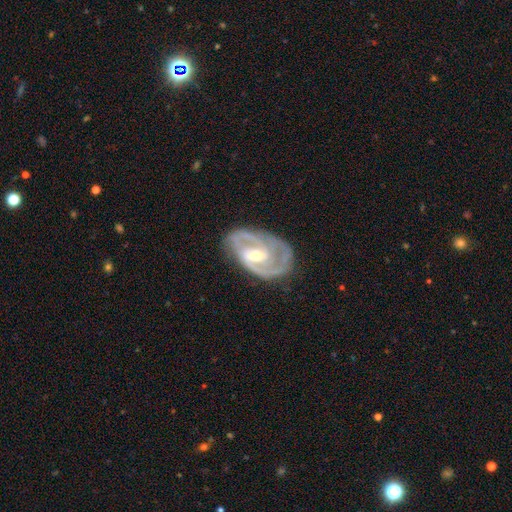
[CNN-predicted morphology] Smooth or featured? Predicted: featured or disk (p=0.90). Edge-on disk? Predicted: no (p=0.97). Bar? Predicted: weak (p=0.47). Spiral arms? Predicted: yes (p=0.97). Spiral winding? Predicted: medium (p=0.46). Spiral arm count? Predicted: 2 (p=0.64). Bulge size? Predicted: moderate (p=0.53). Merging? Predicted: none (p=0.74).